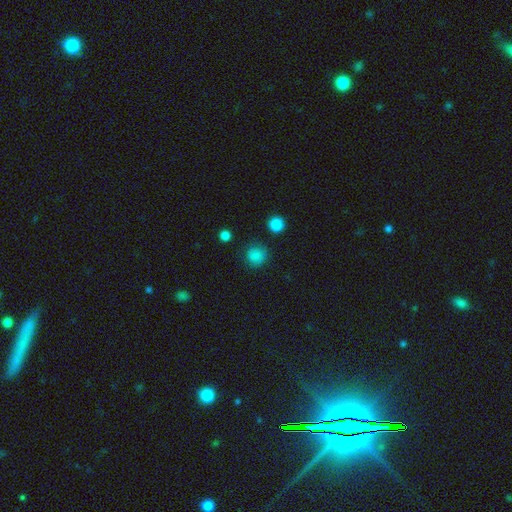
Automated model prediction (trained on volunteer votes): A smooth galaxy with no disk features (83%) that is round (90%). Merging: none (82%).